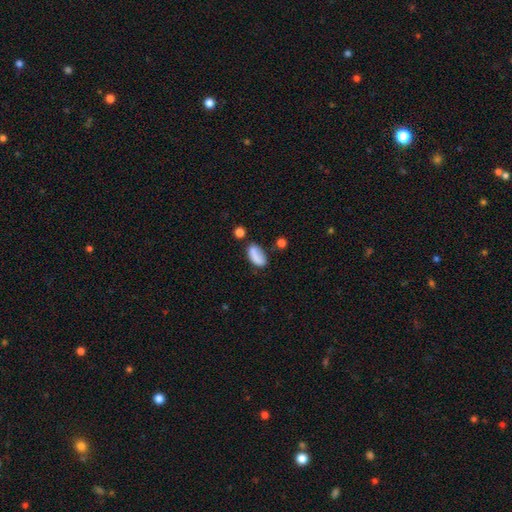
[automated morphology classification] Smooth or featured? Predicted: smooth (p=0.77). How rounded? Predicted: in between (p=0.89). Merging? Predicted: none (p=0.53).